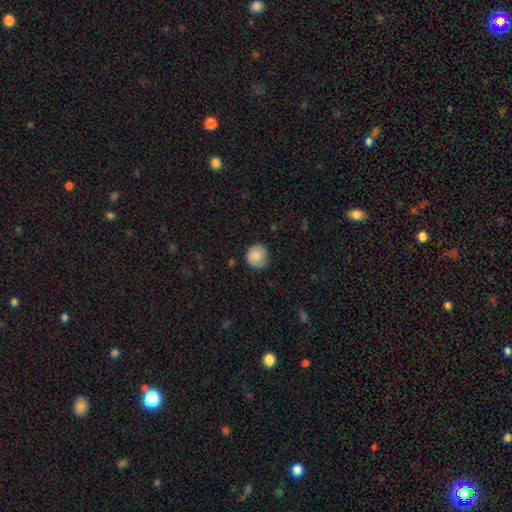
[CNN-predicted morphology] A smooth galaxy with no disk features (83%) that is round (90%). Merging: none (76%).